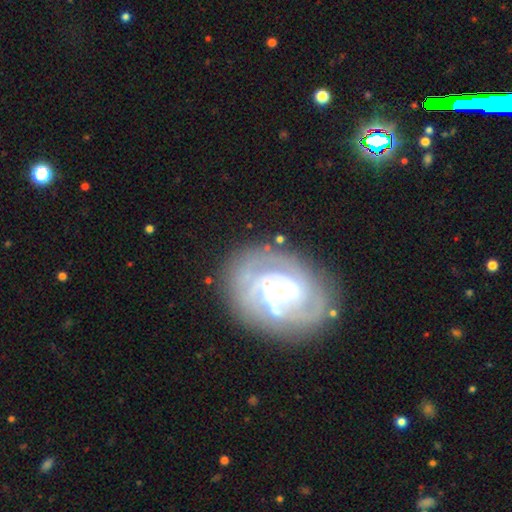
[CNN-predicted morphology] This is clearly a featured or disk galaxy (80%). It is clearly not viewed edge-on (97%). Bar: marginally weak (42%). Spiral arm pattern: clearly yes (87%). Spiral arm count: marginally 2 (34%). Spiral winding: possibly tight (58%). Central bulge: possibly small (54%). Merging: likely none (70%).